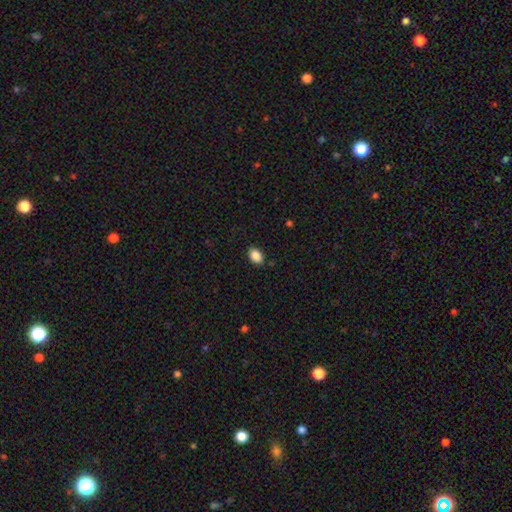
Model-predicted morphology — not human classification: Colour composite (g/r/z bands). It shows a smooth galaxy with no disk features (88%) that is in between round and cigar-shaped (80%). Merging: none (87%).